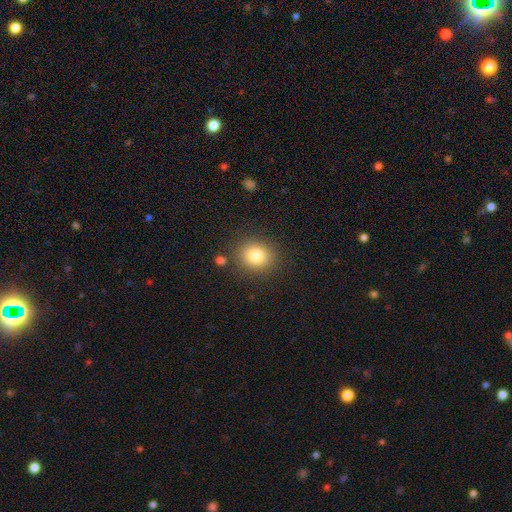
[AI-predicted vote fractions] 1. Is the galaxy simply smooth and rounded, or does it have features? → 82% smooth, 11% star or artifact, 7% featured or disk.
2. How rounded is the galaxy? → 76% round, 23% in between, 1% cigar-shaped.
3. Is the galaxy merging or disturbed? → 86% none, 8% minor disturbance, 3% major disturbance, 3% merger.